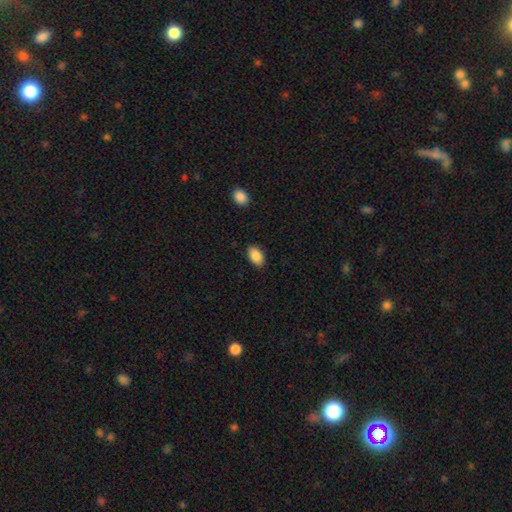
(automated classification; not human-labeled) smooth_or_featured: smooth (p=0.88) [alt: star or artifact p=0.07]
how_rounded: in between (p=0.92) [alt: round p=0.07]
merging: none (p=0.87) [alt: minor disturbance p=0.10]